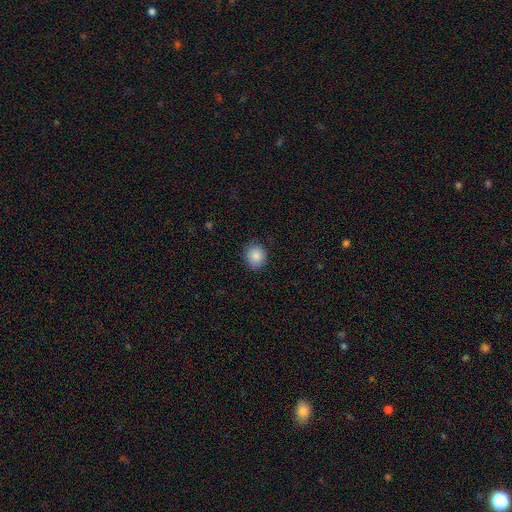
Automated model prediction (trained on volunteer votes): A smooth galaxy with no disk features (86%) that is round (79%).

Vote fractions:
- Smooth or featured? smooth: 86% / star or artifact: 9% / featured or disk: 5%
- How rounded? round: 79% / in between: 20% / cigar-shaped: 1%
- Merging? none: 87% / minor disturbance: 10% / major disturbance: 2% / merger: 1%